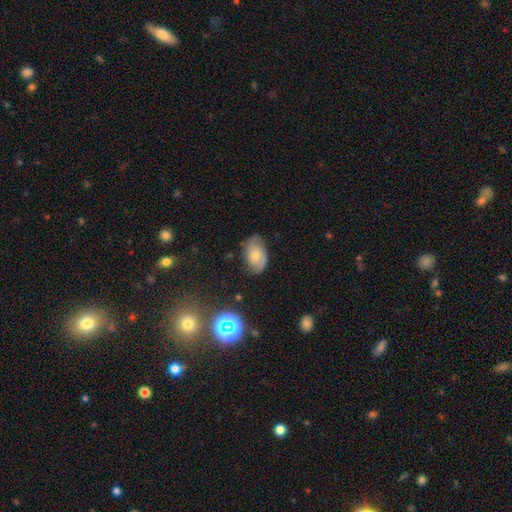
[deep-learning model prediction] This appears to be a smooth galaxy with no disk features (55%) that is in between round and cigar-shaped (89%). Merging: none (69%).